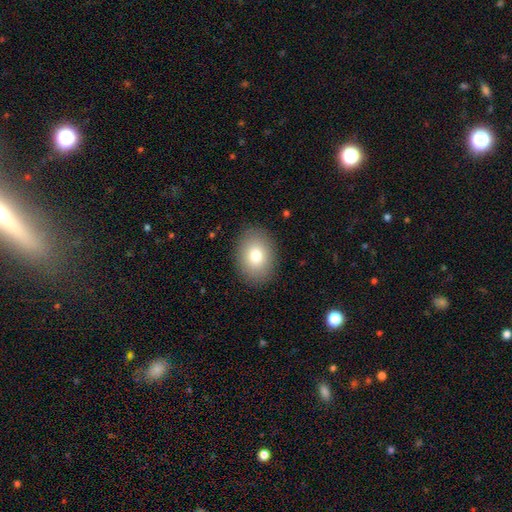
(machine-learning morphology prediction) smooth 81%, featured or disk 10%, star or artifact 8%. Down the decision tree: how rounded — in between (74%); merging — none (88%).